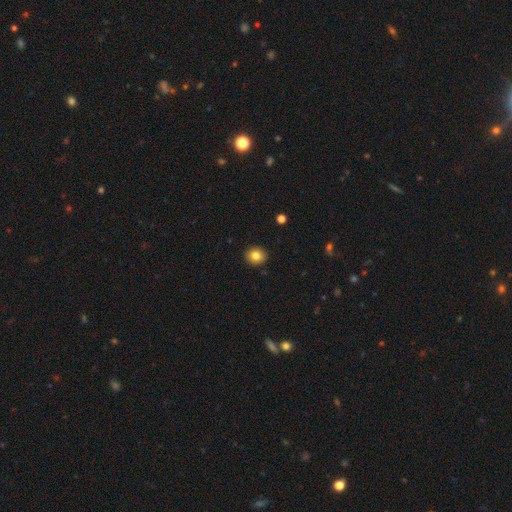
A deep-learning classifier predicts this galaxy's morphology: A smooth galaxy with no disk features (82%) that is round (75%).

Vote fractions:
- Smooth or featured? smooth: 82% / star or artifact: 10% / featured or disk: 8%
- How rounded? round: 75% / in between: 24% / cigar-shaped: 1%
- Merging? none: 92% / minor disturbance: 6% / major disturbance: 2% / merger: 1%